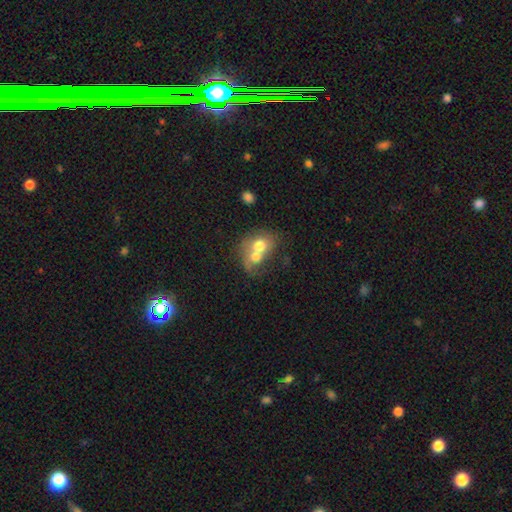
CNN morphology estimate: The model was most divided on "how rounded": round: 56%, in between: 43%, cigar-shaped: 1%. More confident: merging — merger (73%); smooth or featured — smooth (57%).